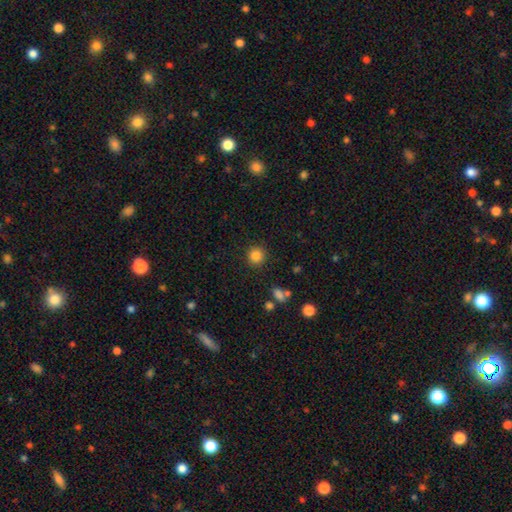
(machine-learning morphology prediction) A smooth galaxy with no disk features (85%) that is round (93%). Merging: none (90%).